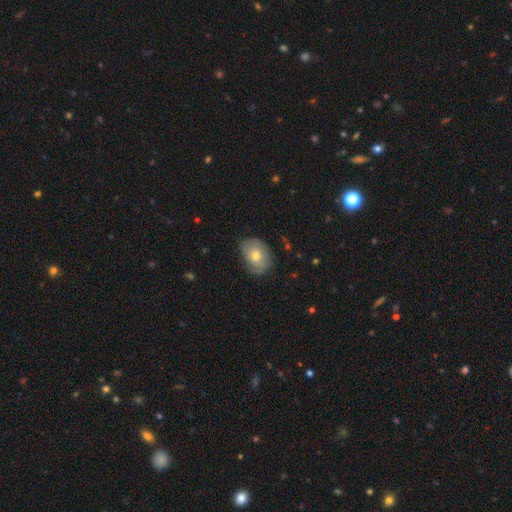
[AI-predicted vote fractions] smooth-or-featured: smooth: 60% | featured or disk: 33% | star or artifact: 7%
  how-rounded: in between: 68% | round: 31% | cigar-shaped: 1%
  merging: none: 67% | minor disturbance: 25% | major disturbance: 6% | merger: 1%